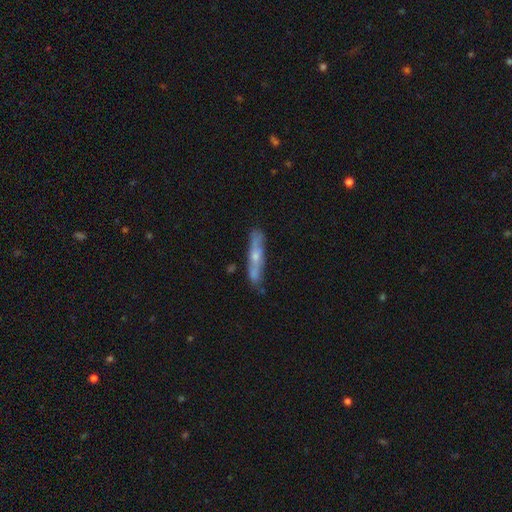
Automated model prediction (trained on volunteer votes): This is possibly a featured or disk galaxy (57%). It is likely viewed edge-on (73%). Merging: likely none (71%).